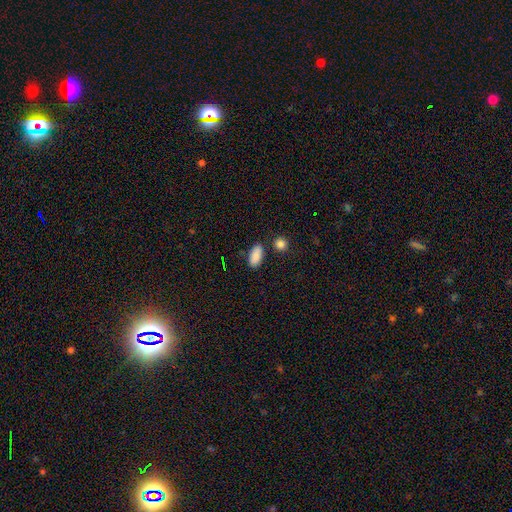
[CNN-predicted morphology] This is clearly a smooth galaxy (88%). How rounded: clearly in between (90%). Merging: clearly none (81%).